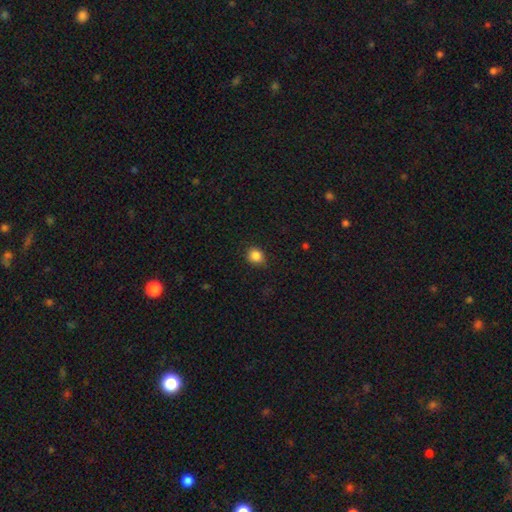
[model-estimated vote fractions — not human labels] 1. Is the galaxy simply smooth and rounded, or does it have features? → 86% smooth, 11% star or artifact, 4% featured or disk.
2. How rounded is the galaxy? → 76% round, 23% in between, 1% cigar-shaped.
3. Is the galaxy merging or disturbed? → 85% none, 12% minor disturbance, 3% major disturbance, 1% merger.